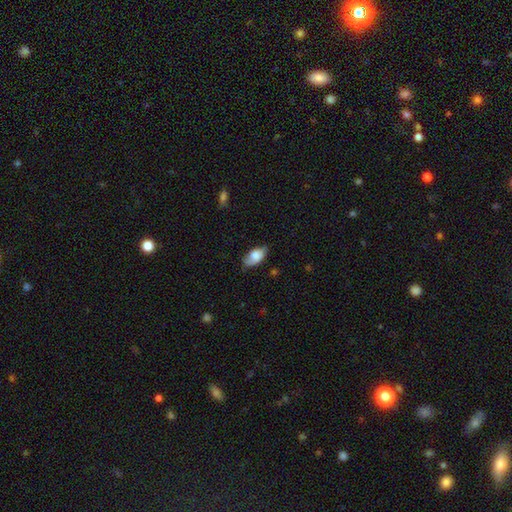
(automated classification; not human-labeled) Smooth or featured?
  - smooth: 72% *
  - featured or disk: 21%
  - star or artifact: 7%
How rounded?
  - in between: 92% *
  - round: 4%
  - cigar-shaped: 4%
Merging?
  - none: 65% *
  - minor disturbance: 28%
  - major disturbance: 6%
  - merger: 2%